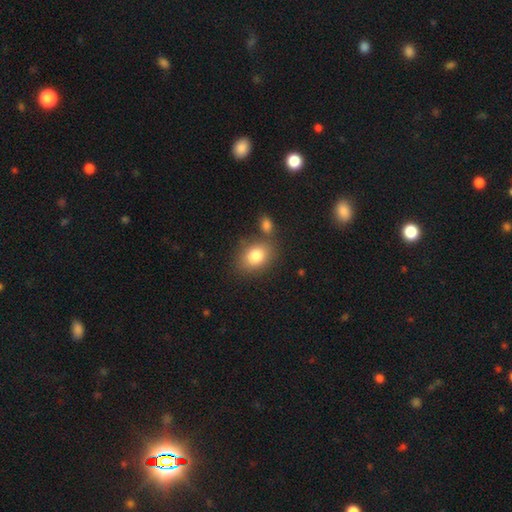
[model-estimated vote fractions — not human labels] smooth_or_featured: smooth (p=0.81) [alt: featured or disk p=0.10]
how_rounded: in between (p=0.62) [alt: round p=0.36]
merging: none (p=0.70) [alt: merger p=0.14]